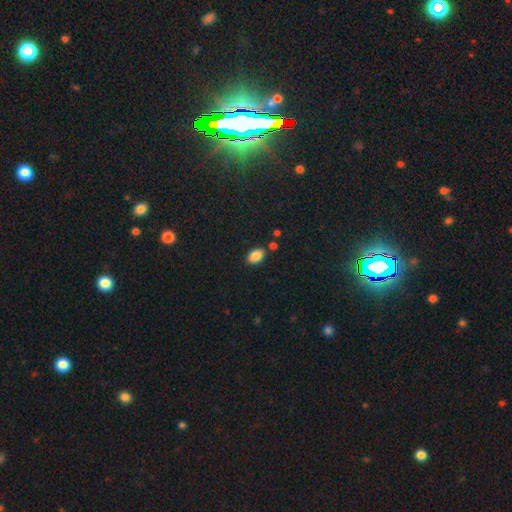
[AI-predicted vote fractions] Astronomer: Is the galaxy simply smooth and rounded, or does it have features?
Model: smooth — 87%.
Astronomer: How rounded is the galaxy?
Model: in between — 87%.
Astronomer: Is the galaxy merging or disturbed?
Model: none — 80%.